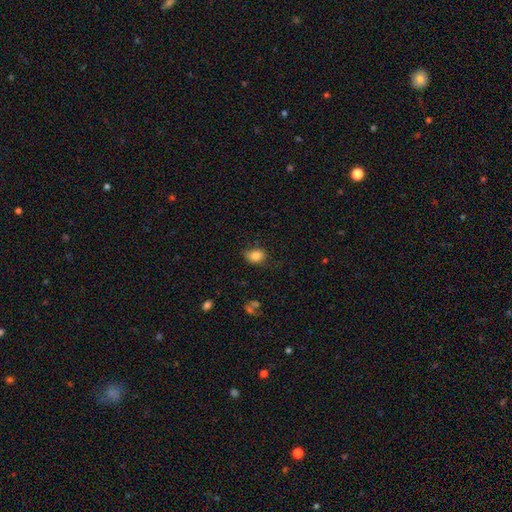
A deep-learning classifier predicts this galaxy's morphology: Q: Smooth or featured?
A: smooth (84%); runner-up: star or artifact (9%)
Q: How rounded?
A: in between (63%); runner-up: round (36%)
Q: Merging?
A: none (70%); runner-up: minor disturbance (22%)